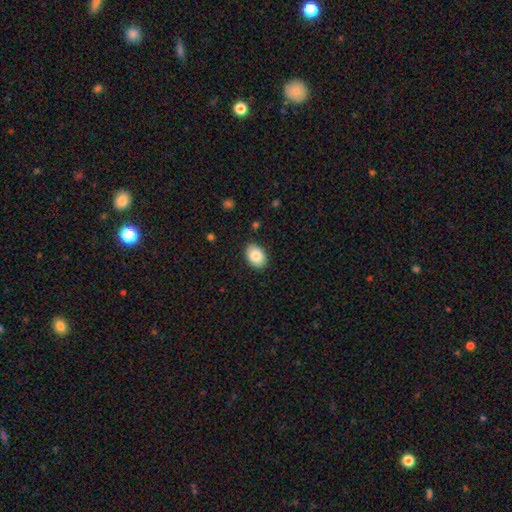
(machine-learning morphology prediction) Smooth or featured: smooth — 85% (featured or disk — 8%)
How rounded: in between — 81% (round — 18%)
Merging: none — 87% (minor disturbance — 10%)